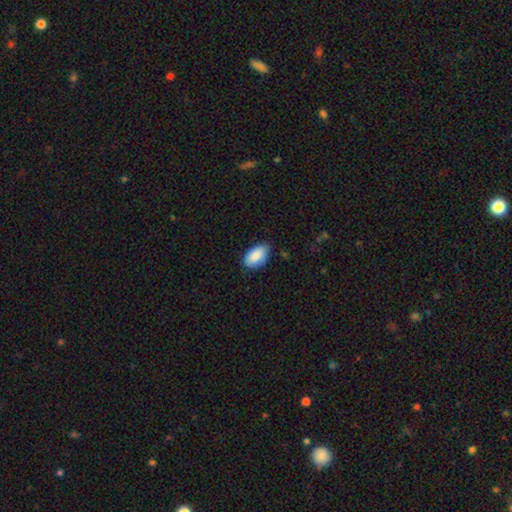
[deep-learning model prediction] Overall: smooth (88%). How rounded: in between (94%). Merging: none (71%).